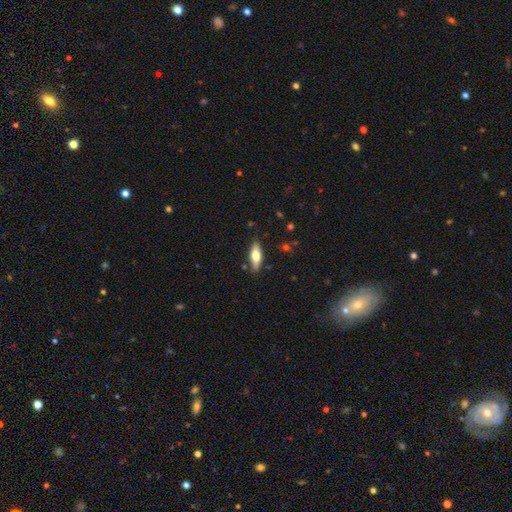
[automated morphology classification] Smooth or featured? Predicted: smooth (p=0.57). How rounded? Predicted: in between (p=0.56). Merging? Predicted: none (p=0.85).